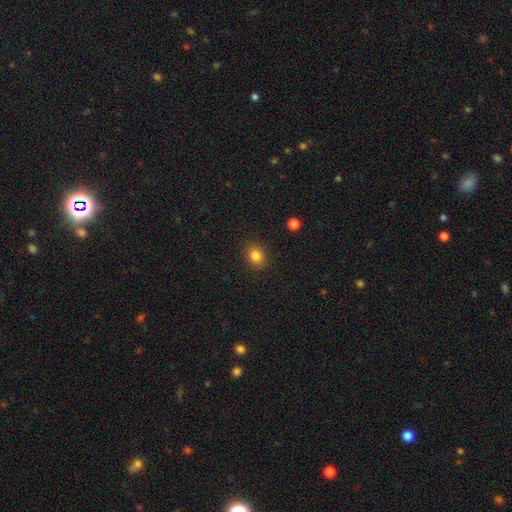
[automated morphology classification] smooth 84%, star or artifact 11%, featured or disk 5%. Down the decision tree: how rounded — round (64%); merging — none (89%).